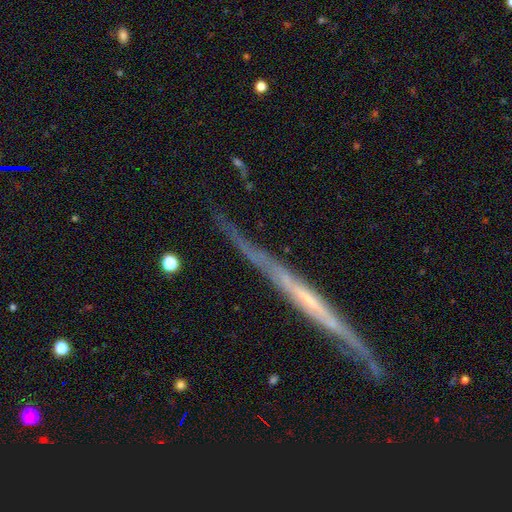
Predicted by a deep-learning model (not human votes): A featured or disk galaxy (77%) viewed edge-on (92%) with no central bulge (71%). Merging: none (74%).